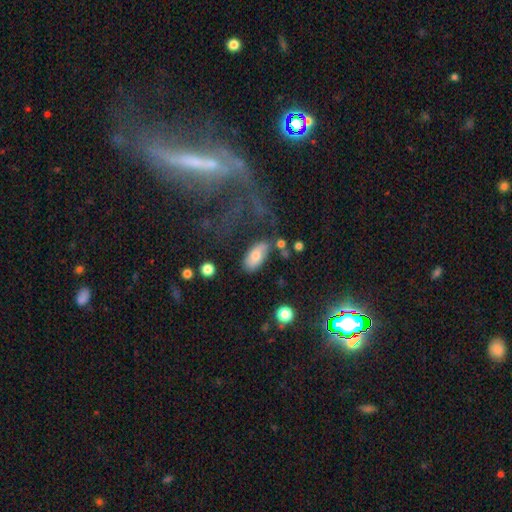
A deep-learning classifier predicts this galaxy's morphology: The model was most divided on "merging": none: 67%, minor disturbance: 19%, merger: 7%, major disturbance: 6%. More confident: how rounded — in between (91%); smooth or featured — smooth (71%).